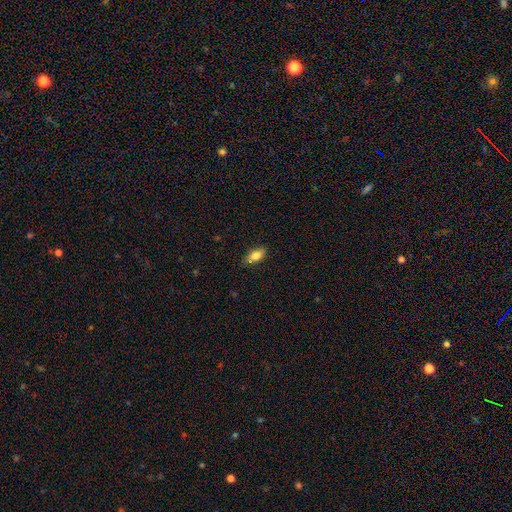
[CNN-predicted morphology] smooth_or_featured: smooth (p=0.79) [alt: featured or disk p=0.13]
how_rounded: in between (p=0.86) [alt: cigar-shaped p=0.08]
merging: none (p=0.77) [alt: minor disturbance p=0.19]